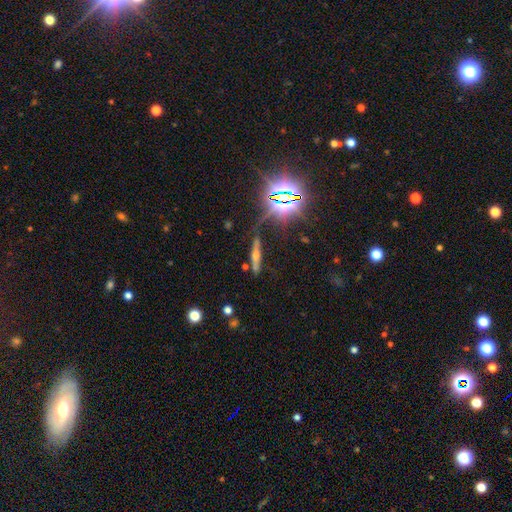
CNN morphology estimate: smooth_or_featured: star or artifact (p=0.42) [alt: featured or disk p=0.38]